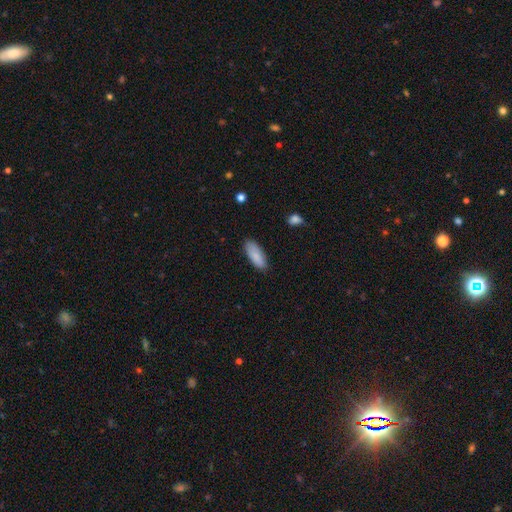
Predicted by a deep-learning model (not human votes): A smooth galaxy with no disk features (89%) that is in between round and cigar-shaped (78%). Merging: none (84%).